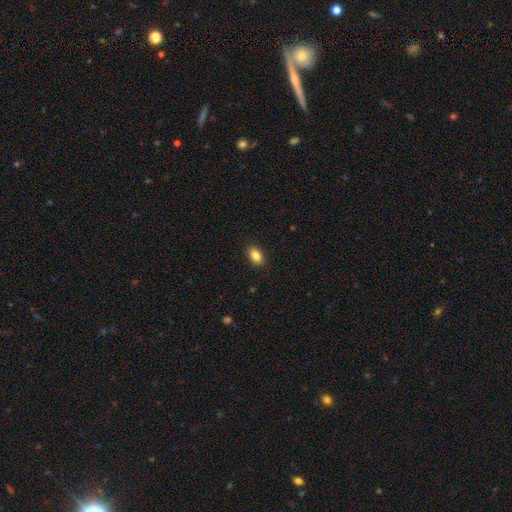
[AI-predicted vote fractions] The model was most divided on "how rounded": in between: 86%, round: 13%, cigar-shaped: 2%. More confident: merging — none (89%); smooth or featured — smooth (86%).